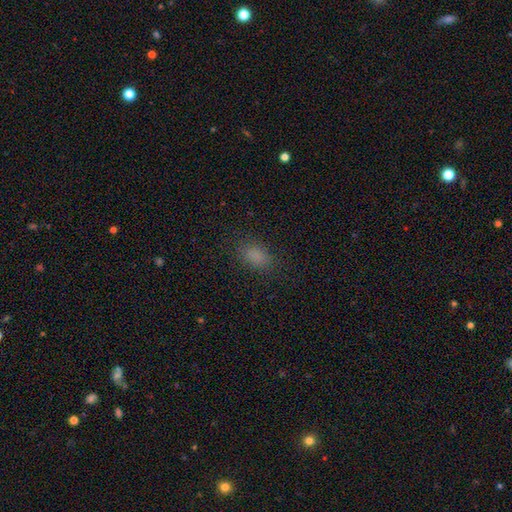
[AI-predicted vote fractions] A smooth galaxy with no disk features (83%) that is in between round and cigar-shaped (85%). Merging: none (84%).